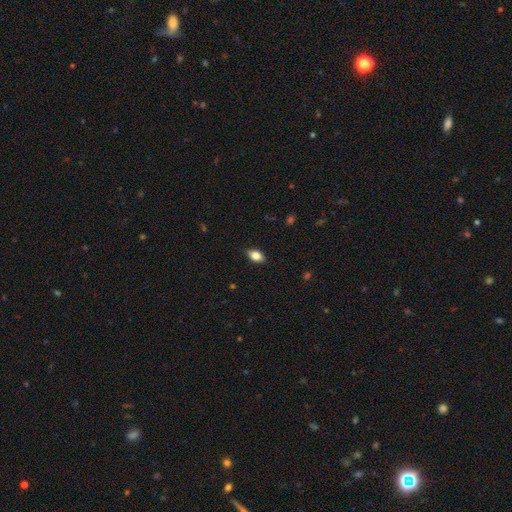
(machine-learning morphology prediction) This is clearly a smooth galaxy (82%). How rounded: clearly in between (88%). Merging: clearly none (85%).